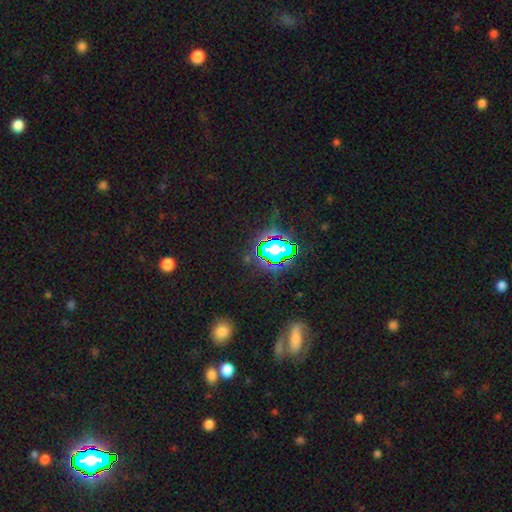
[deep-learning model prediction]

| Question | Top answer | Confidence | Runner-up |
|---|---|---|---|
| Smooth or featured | star or artifact | 75% | smooth (16%) |